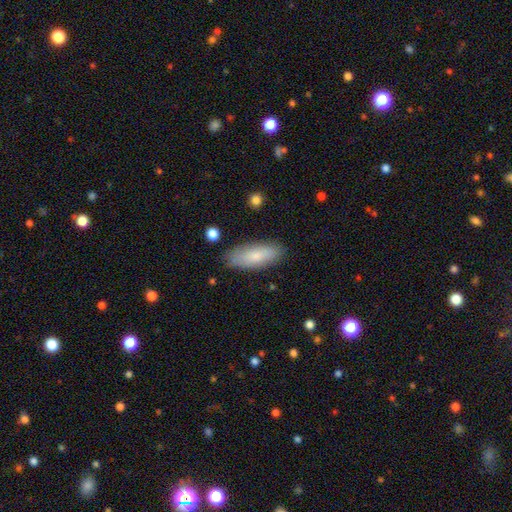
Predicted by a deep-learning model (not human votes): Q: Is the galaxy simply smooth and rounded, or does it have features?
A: smooth — 78%.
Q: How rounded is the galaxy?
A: in between — 71%.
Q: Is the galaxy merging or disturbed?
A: none — 83%.